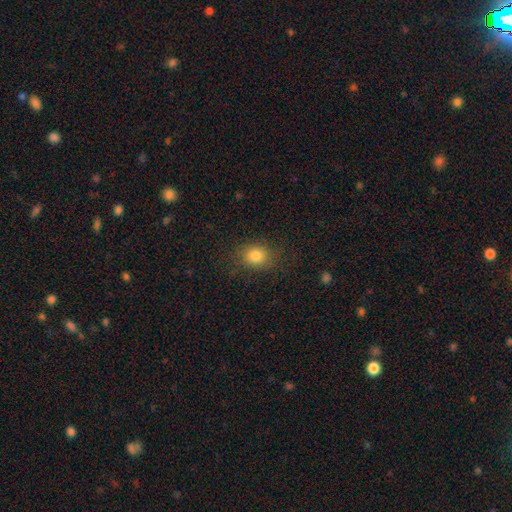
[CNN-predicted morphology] A smooth galaxy with no disk features (82%) that is round (56%).

Vote fractions:
- Smooth or featured? smooth: 82% / star or artifact: 11% / featured or disk: 6%
- How rounded? round: 56% / in between: 43% / cigar-shaped: 1%
- Merging? none: 84% / minor disturbance: 11% / major disturbance: 4% / merger: 1%